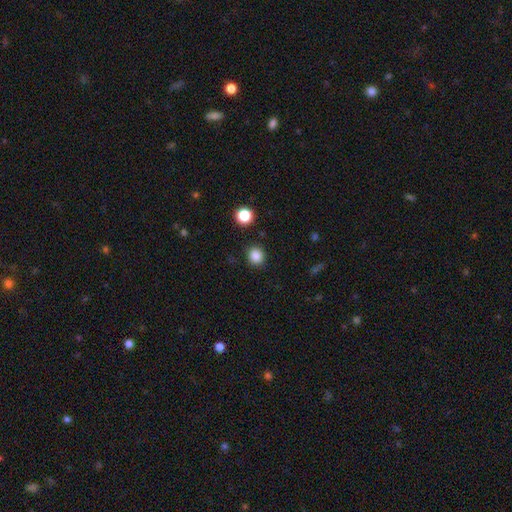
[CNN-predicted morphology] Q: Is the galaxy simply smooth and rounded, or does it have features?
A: smooth — 85%.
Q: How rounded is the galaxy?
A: round — 85%.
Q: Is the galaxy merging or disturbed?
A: none — 89%.